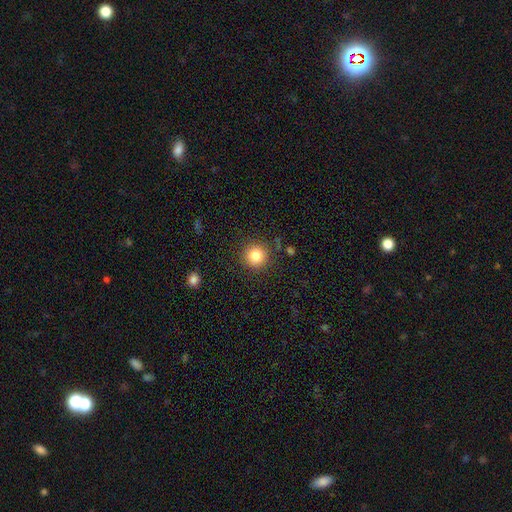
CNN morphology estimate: This appears to be a smooth galaxy with no disk features (83%) that is round (94%). Merging: none (88%).